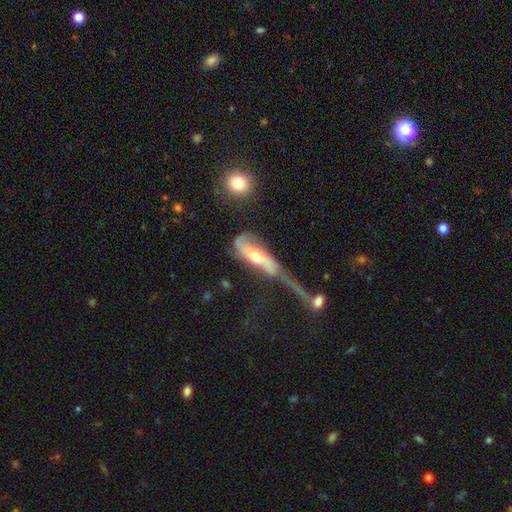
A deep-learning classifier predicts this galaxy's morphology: Smooth or featured? Predicted: featured or disk (p=0.61). Edge-on disk? Predicted: no (p=0.72). Merging? Predicted: major disturbance (p=0.41).